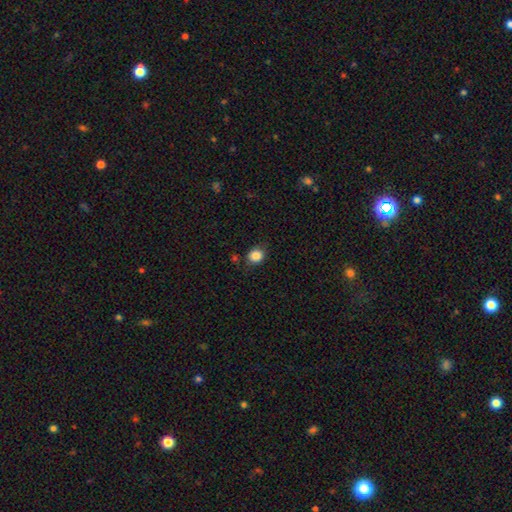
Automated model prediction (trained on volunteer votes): The model was most divided on "how rounded": round: 67%, in between: 32%, cigar-shaped: 1%. More confident: smooth or featured — smooth (85%); merging — none (79%).